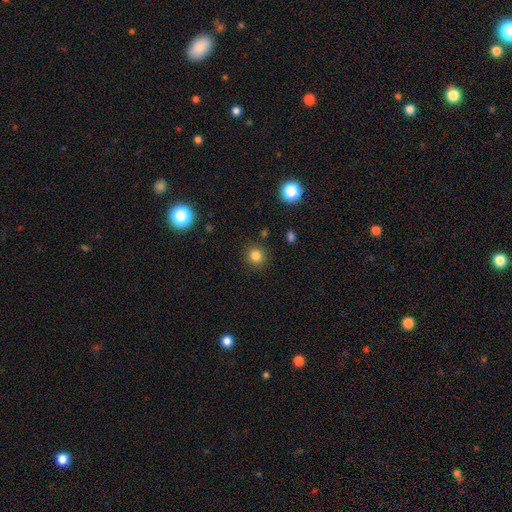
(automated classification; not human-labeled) This is clearly a smooth galaxy (83%). How rounded: clearly round (92%). Merging: clearly none (89%).